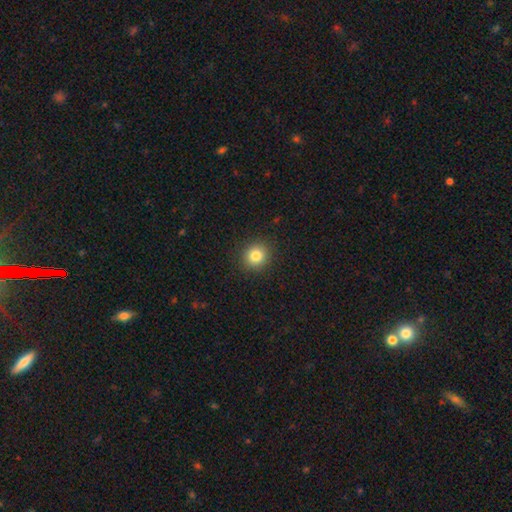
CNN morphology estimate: Smooth or featured? smooth (83%)
How rounded? round (87%)
Merging? none (91%)